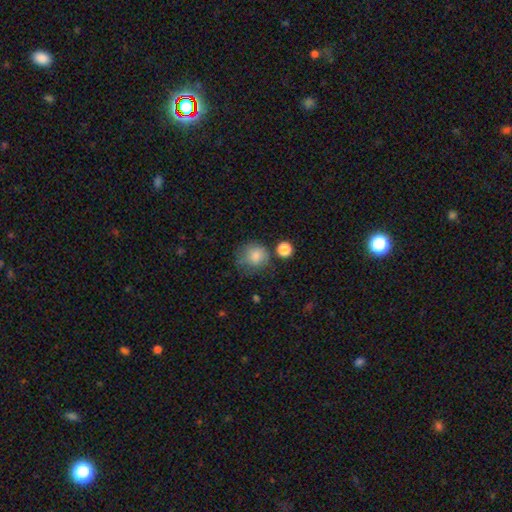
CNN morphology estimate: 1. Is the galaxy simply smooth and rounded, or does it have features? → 81% smooth, 11% star or artifact, 8% featured or disk.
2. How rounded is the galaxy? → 82% round, 17% in between, 1% cigar-shaped.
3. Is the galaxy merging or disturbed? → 58% none, 24% minor disturbance, 10% major disturbance, 8% merger.